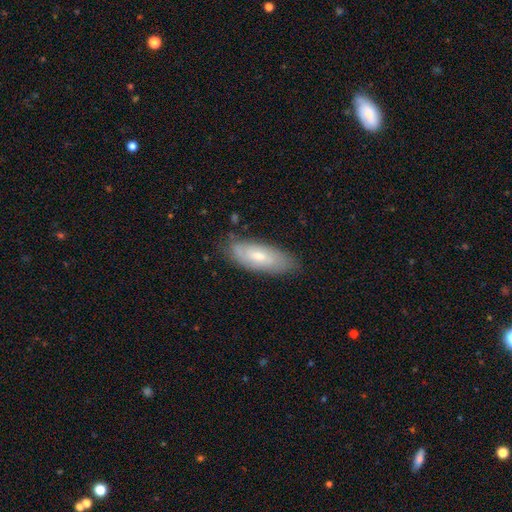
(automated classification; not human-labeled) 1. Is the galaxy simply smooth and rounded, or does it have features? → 50% smooth, 40% featured or disk, 10% star or artifact.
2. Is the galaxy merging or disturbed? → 81% none, 15% minor disturbance, 3% major disturbance, 2% merger.